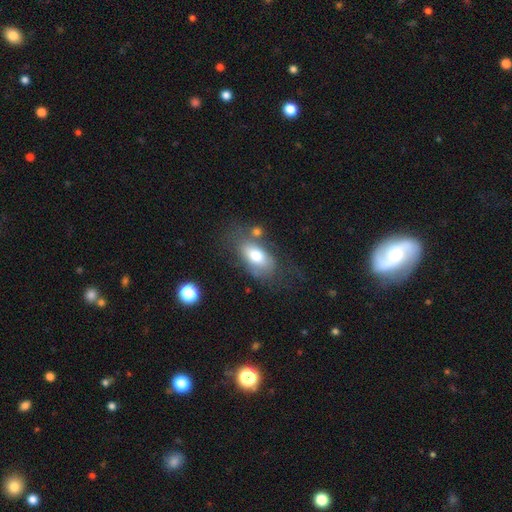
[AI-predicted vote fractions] Smooth or featured?
  - smooth: 68% *
  - featured or disk: 24%
  - star or artifact: 8%
How rounded?
  - in between: 91% *
  - round: 6%
  - cigar-shaped: 4%
Merging?
  - none: 51% *
  - minor disturbance: 22%
  - major disturbance: 16%
  - merger: 10%